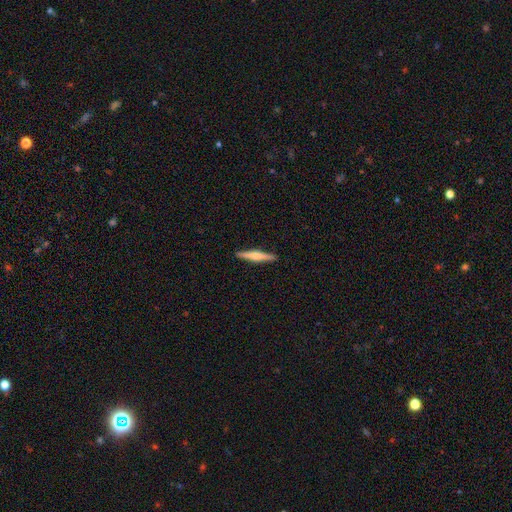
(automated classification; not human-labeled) smooth-or-featured: featured or disk: 56% | smooth: 38% | star or artifact: 6%
  disk-edge-on: yes: 98% | no: 2%
    edge-on-bulge: rounded: 70% | boxy: 19% | none: 11%
  merging: none: 91% | minor disturbance: 6% | major disturbance: 1% | merger: 1%